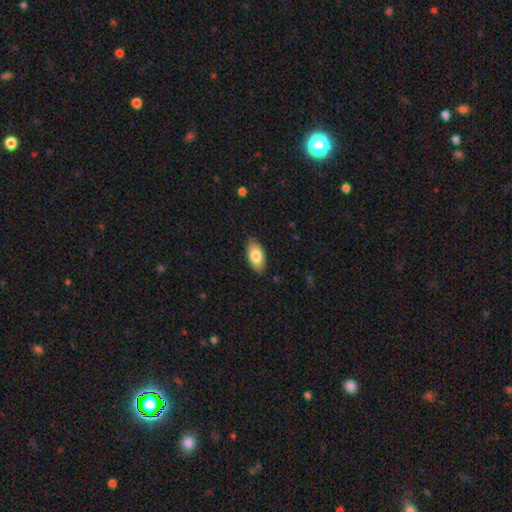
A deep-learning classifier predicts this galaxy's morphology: Smooth or featured: smooth — 82% (featured or disk — 12%)
How rounded: in between — 94% (cigar-shaped — 3%)
Merging: none — 85% (minor disturbance — 12%)